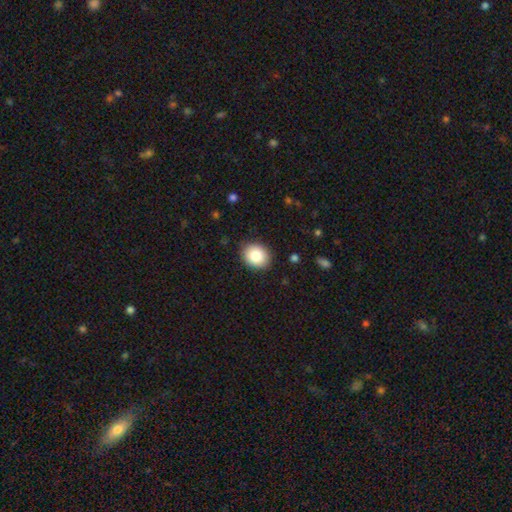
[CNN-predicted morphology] smooth_or_featured: smooth (p=0.85) [alt: star or artifact p=0.08]
how_rounded: round (p=0.61) [alt: in between p=0.38]
merging: none (p=0.88) [alt: minor disturbance p=0.09]